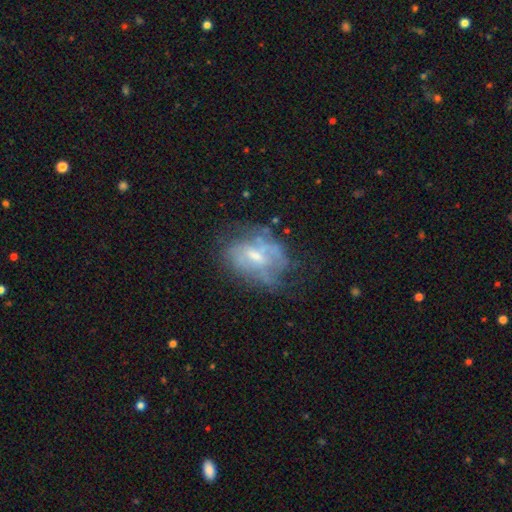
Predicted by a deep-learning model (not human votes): The model was most divided on "bar" (2-way tie): no: 44%, weak: 44%, strong: 11%. Remaining: edge-on disk — no (96%); smooth or featured — featured or disk (63%); spiral arms — no (53%); merging — none (45%); bulge size — small (43%).